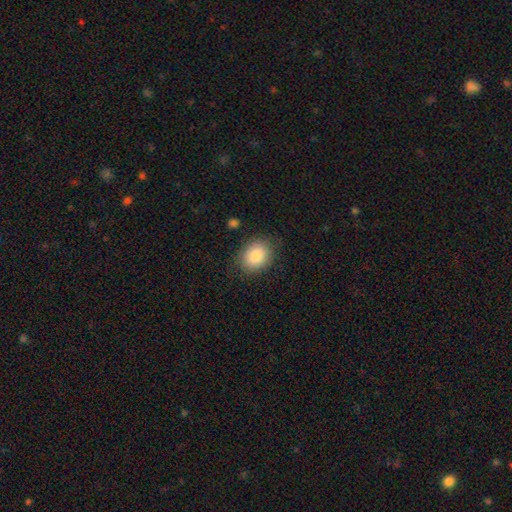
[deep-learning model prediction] A smooth galaxy with no disk features (87%) that is in between round and cigar-shaped (52%). Merging: none (82%).